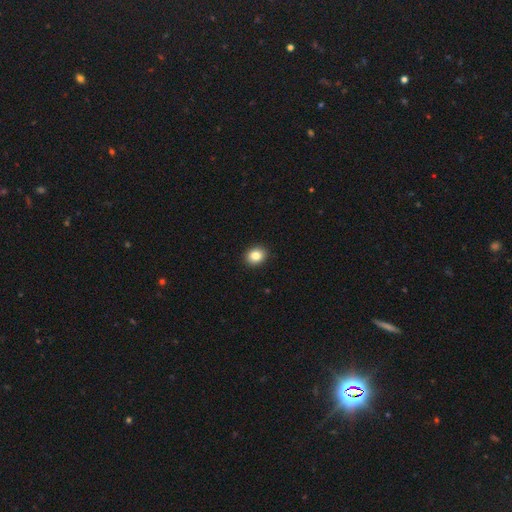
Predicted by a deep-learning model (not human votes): Smooth or featured: smooth — 85% (star or artifact — 10%)
How rounded: round — 60% (in between — 39%)
Merging: none — 92% (minor disturbance — 6%)